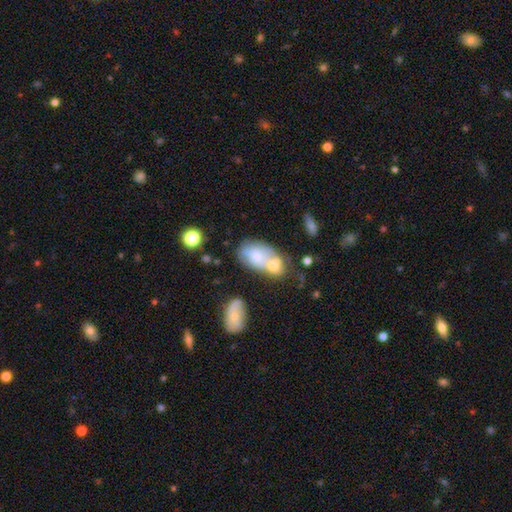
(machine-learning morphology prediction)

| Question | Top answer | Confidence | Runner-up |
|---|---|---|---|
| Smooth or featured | smooth | 58% | featured or disk (33%) |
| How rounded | in between | 85% | round (13%) |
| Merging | merger | 57% | none (21%) |